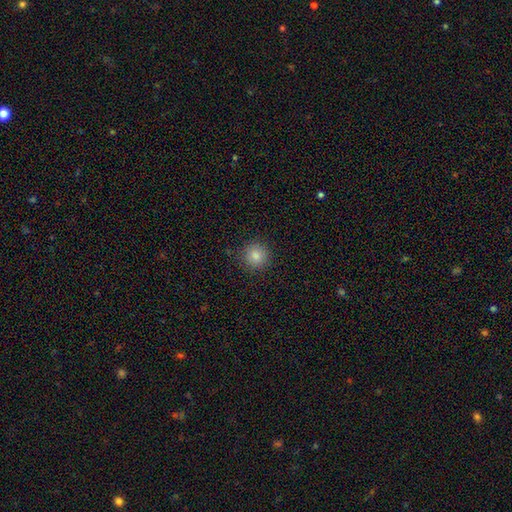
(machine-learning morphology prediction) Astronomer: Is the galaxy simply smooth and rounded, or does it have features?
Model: smooth — 85%.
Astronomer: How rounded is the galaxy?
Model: round — 93%.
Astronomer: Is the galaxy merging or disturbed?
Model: none — 90%.